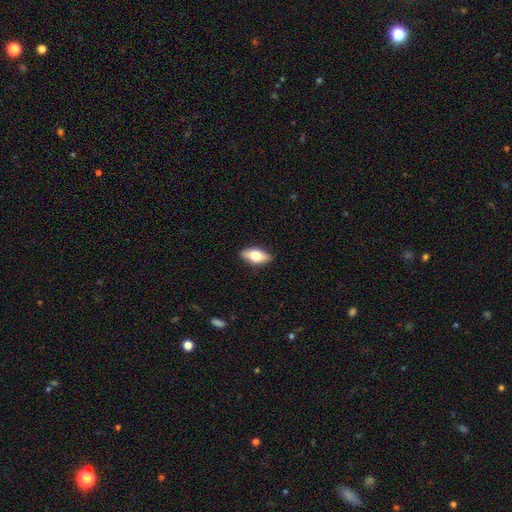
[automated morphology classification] Smooth or featured: smooth — 69% (featured or disk — 24%)
How rounded: in between — 86% (cigar-shaped — 10%)
Merging: none — 88% (minor disturbance — 10%)